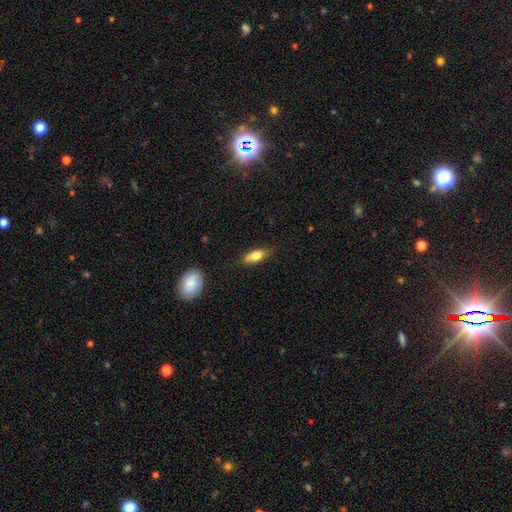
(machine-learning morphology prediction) smooth 73%, featured or disk 20%, star or artifact 7%. Down the decision tree: how rounded — in between (72%); merging — none (68%).